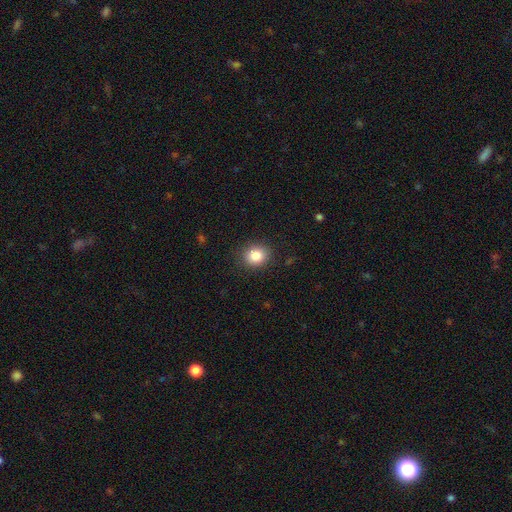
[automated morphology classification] This appears to be a smooth galaxy with no disk features (84%) that is round (72%). Merging: none (88%).